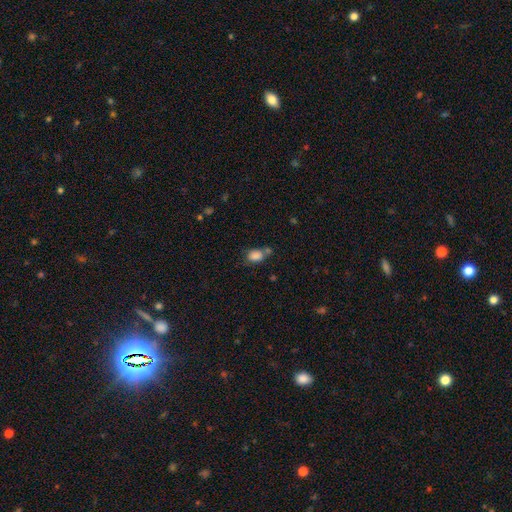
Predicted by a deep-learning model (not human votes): Overall: smooth (83%). How rounded: in between (72%). Merging: none (46%; merger 26%).